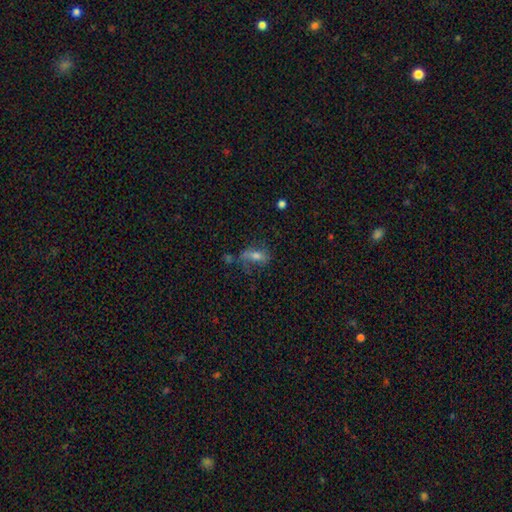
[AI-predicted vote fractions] A smooth galaxy with no disk features (43%).

Vote fractions:
- Smooth or featured? smooth: 43% / featured or disk: 41% / star or artifact: 16%
- Merging? none: 47% / minor disturbance: 23% / major disturbance: 21% / merger: 8%